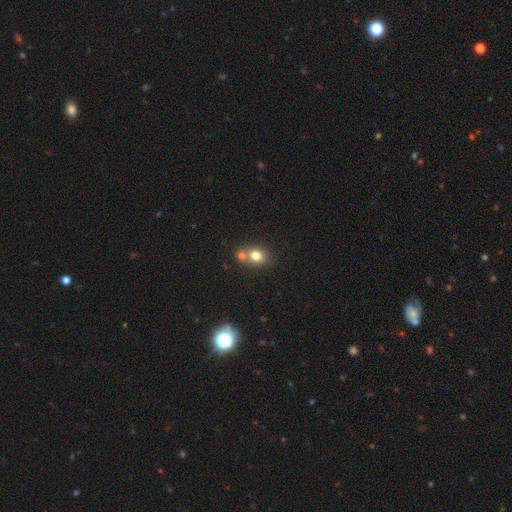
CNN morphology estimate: Smooth or featured: smooth — 77% (featured or disk — 12%)
How rounded: round — 61% (in between — 38%)
Merging: none — 44% (tied with merger — 44%)